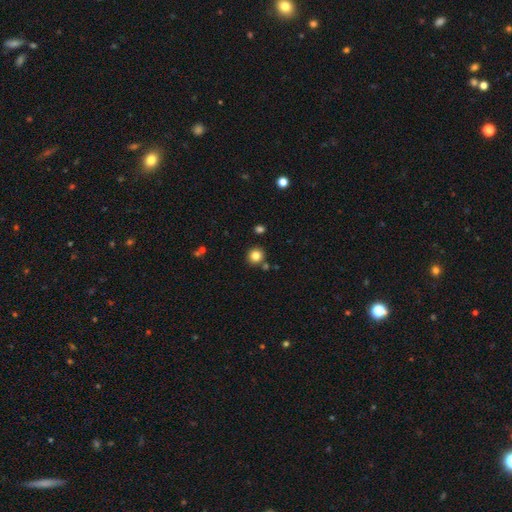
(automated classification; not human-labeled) Q: Smooth or featured?
A: smooth (82%); runner-up: star or artifact (12%)
Q: How rounded?
A: round (93%); runner-up: in between (6%)
Q: Merging?
A: none (84%); runner-up: minor disturbance (7%)